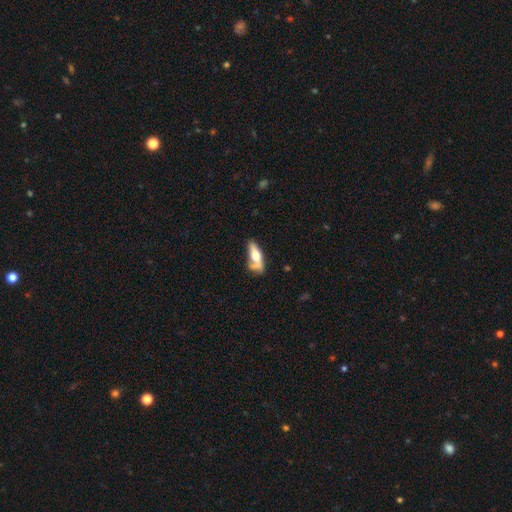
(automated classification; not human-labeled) Morphology: type=smooth (52%); roundness=in between (56%); merging=none (40%).